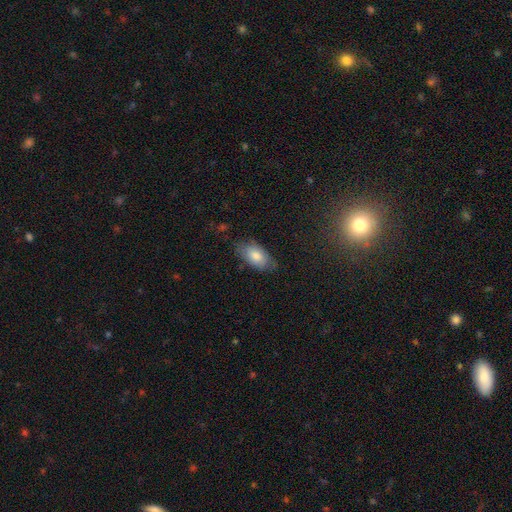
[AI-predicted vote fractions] This is likely a smooth galaxy (76%). How rounded: clearly in between (93%). Merging: likely none (74%).